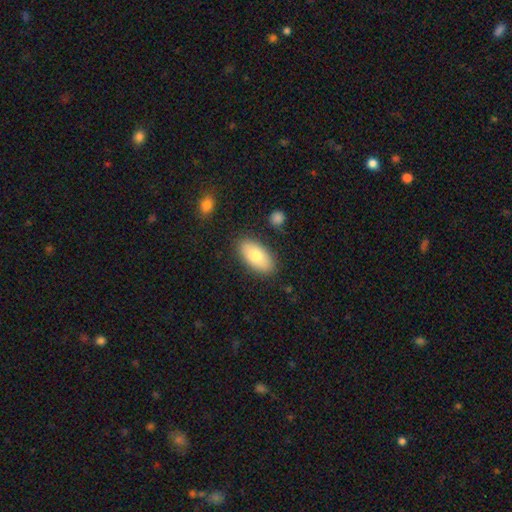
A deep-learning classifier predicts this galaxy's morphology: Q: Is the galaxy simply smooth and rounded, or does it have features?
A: smooth — 75%.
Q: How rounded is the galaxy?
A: in between — 93%.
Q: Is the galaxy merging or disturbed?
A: none — 85%.